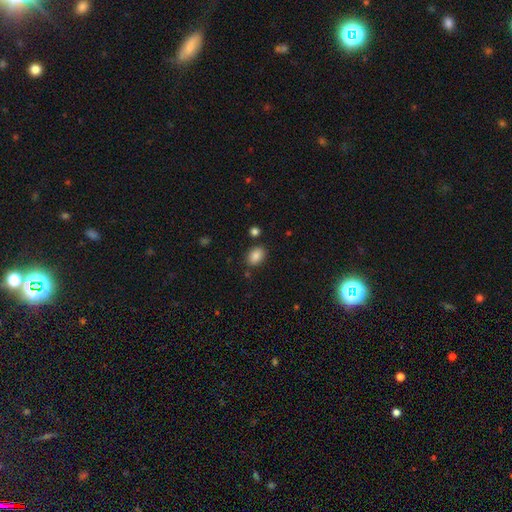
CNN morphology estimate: The model was most divided on "how rounded": in between: 80%, round: 19%, cigar-shaped: 1%. More confident: smooth or featured — smooth (87%); merging — none (83%).